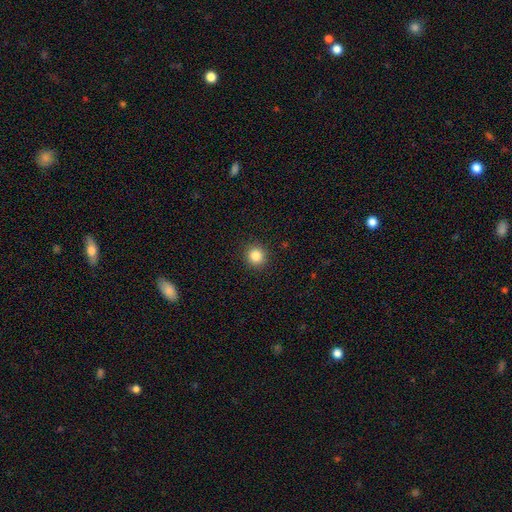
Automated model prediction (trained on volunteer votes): Smooth or featured?
  - smooth: 85% *
  - star or artifact: 11%
  - featured or disk: 4%
How rounded?
  - round: 93% *
  - in between: 6%
  - cigar-shaped: 1%
Merging?
  - none: 92% *
  - minor disturbance: 5%
  - major disturbance: 2%
  - merger: 1%